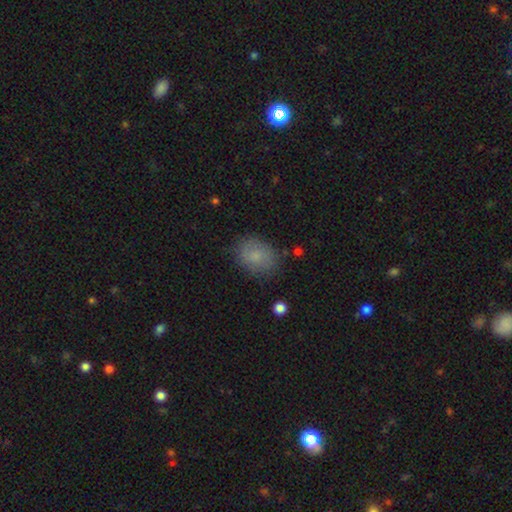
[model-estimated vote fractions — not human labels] smooth-or-featured: smooth: 75% | featured or disk: 16% | star or artifact: 9%
  how-rounded: in between: 58% | round: 41% | cigar-shaped: 1%
  merging: none: 77% | minor disturbance: 17% | major disturbance: 5% | merger: 2%